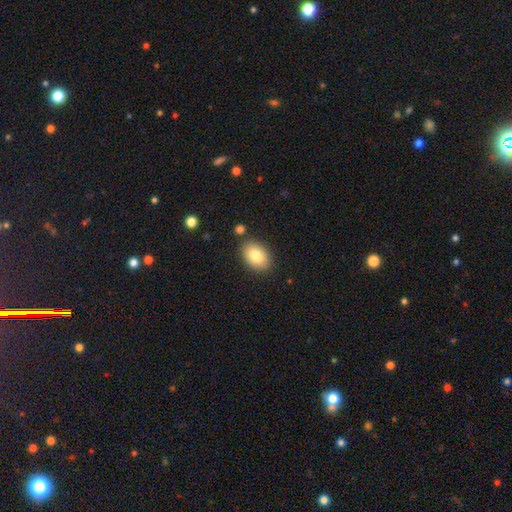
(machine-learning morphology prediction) Overall: smooth (82%). How rounded: in between (86%). Merging: none (83%).